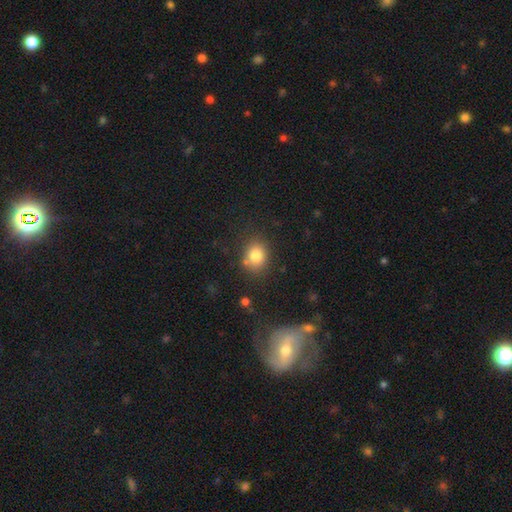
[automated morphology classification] smooth_or_featured: smooth (p=0.81) [alt: star or artifact p=0.11]
how_rounded: round (p=0.61) [alt: in between p=0.38]
merging: none (p=0.77) [alt: minor disturbance p=0.12]